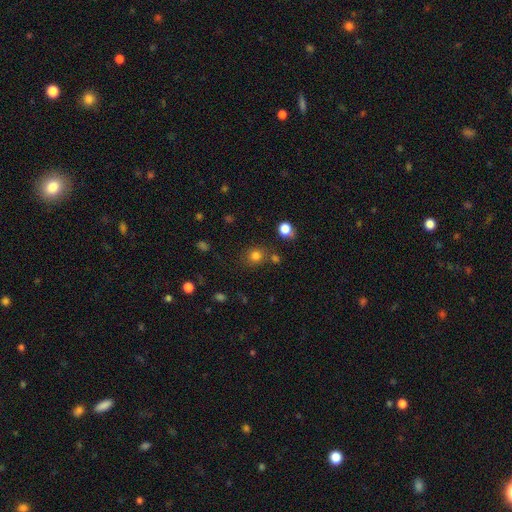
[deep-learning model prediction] This is likely a smooth galaxy (78%). How rounded: clearly round (81%). Merging: likely none (74%).